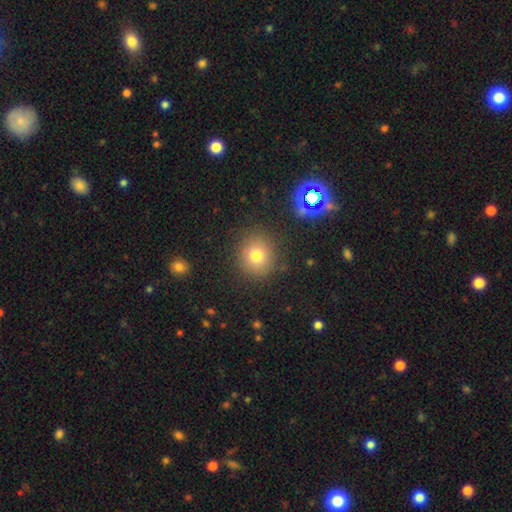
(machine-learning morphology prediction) Smooth or featured?
  - smooth: 76% *
  - star or artifact: 16%
  - featured or disk: 9%
How rounded?
  - round: 85% *
  - in between: 14%
  - cigar-shaped: 1%
Merging?
  - none: 87% *
  - minor disturbance: 8%
  - major disturbance: 3%
  - merger: 2%